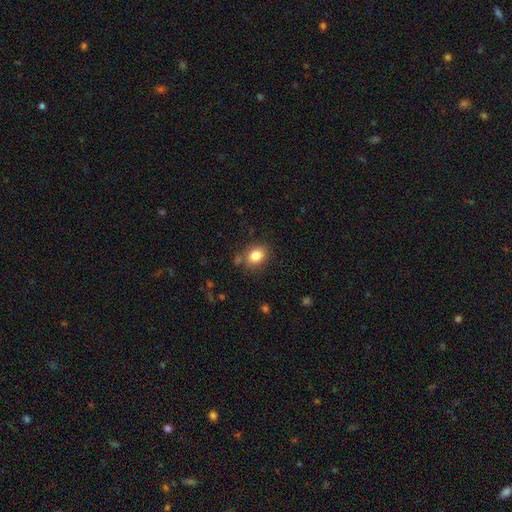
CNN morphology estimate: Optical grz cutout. It shows a smooth galaxy with no disk features (82%) that is in between round and cigar-shaped (60%). Merging: none (79%).